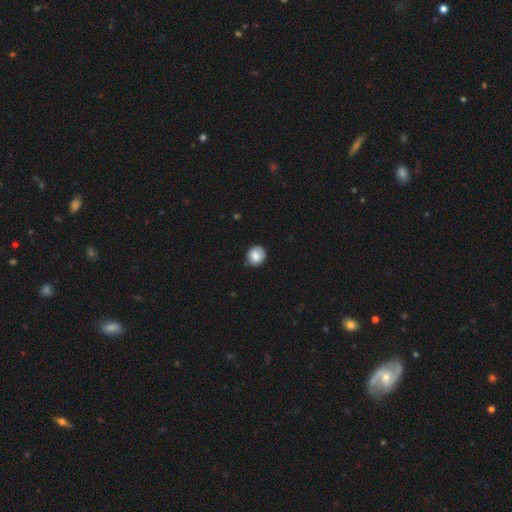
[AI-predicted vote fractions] smooth 80%, featured or disk 12%, star or artifact 8%. Down the decision tree: how rounded — round (78%); merging — none (76%).